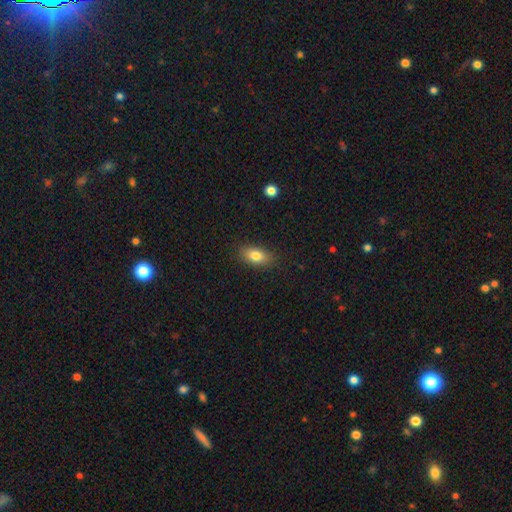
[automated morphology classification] smooth_or_featured: smooth (p=0.81) [alt: featured or disk p=0.11]
how_rounded: in between (p=0.86) [alt: round p=0.07]
merging: none (p=0.86) [alt: minor disturbance p=0.10]